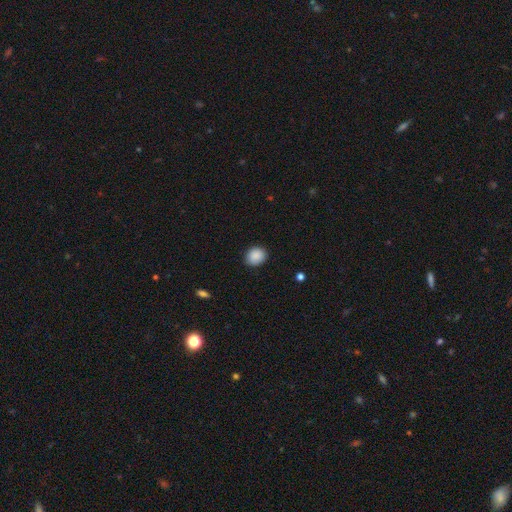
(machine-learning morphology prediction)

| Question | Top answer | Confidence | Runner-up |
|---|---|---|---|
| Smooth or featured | smooth | 89% | star or artifact (8%) |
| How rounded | round | 61% | in between (38%) |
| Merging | none | 87% | minor disturbance (9%) |